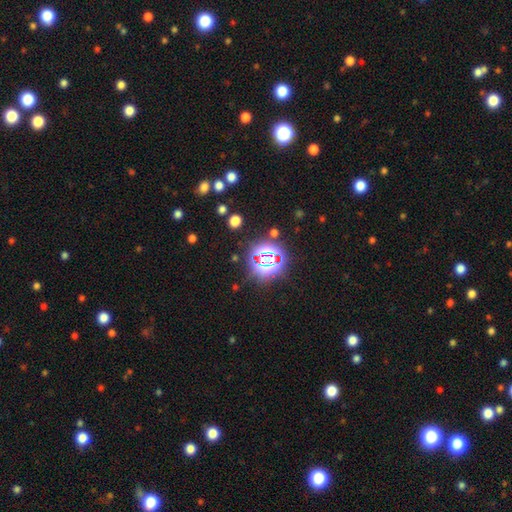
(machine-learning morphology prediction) Smooth or featured? Predicted: star or artifact (p=0.80).